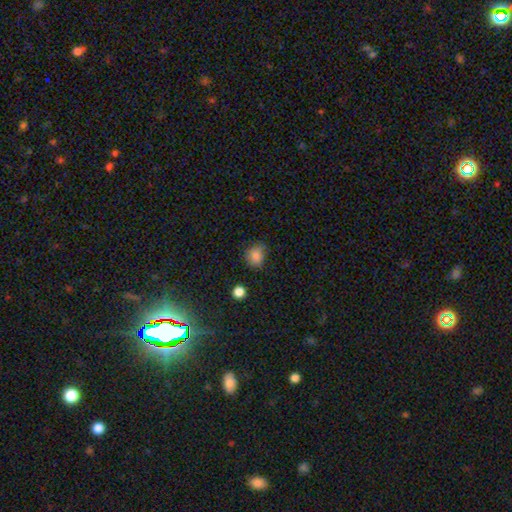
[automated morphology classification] Smooth or featured: smooth — 84% (star or artifact — 11%)
How rounded: round — 64% (in between — 35%)
Merging: none — 70% (minor disturbance — 23%)